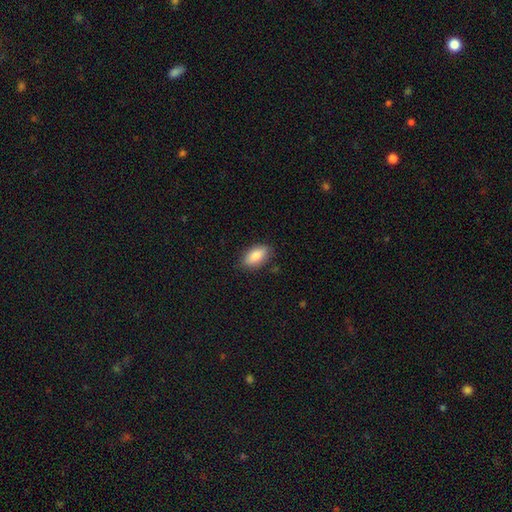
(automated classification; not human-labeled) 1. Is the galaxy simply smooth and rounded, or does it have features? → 85% smooth, 8% featured or disk, 7% star or artifact.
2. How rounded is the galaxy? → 90% in between, 6% cigar-shaped, 4% round.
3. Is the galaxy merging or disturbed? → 83% none, 13% minor disturbance, 3% major disturbance, 1% merger.